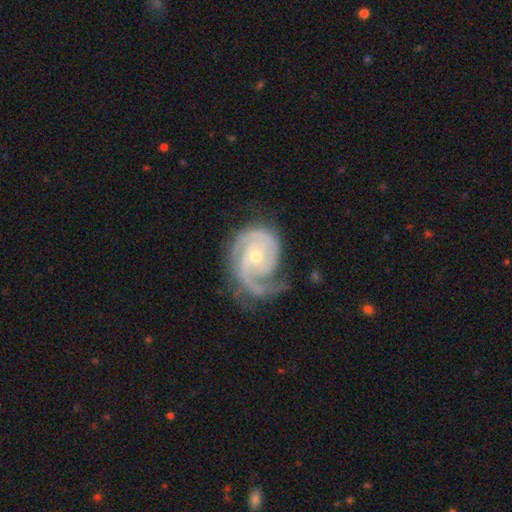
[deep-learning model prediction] A featured or disk galaxy (91%) with no bar (67%), 2 (45%) tight (59%) spiral arms (98%) and a small central bulge (62%).

Vote fractions:
- Smooth or featured? featured or disk: 91% / smooth: 5% / star or artifact: 4%
- Edge-on disk? no: 98% / yes: 2%
- Bar? no: 67% / weak: 27% / strong: 6%
- Spiral arms? yes: 98% / no: 2%
- Spiral winding? tight: 59% / medium: 34% / loose: 7%
- Spiral arm count? 2: 45% / 3: 25% / can't tell: 11% / 1: 11% / 4: 5% / more than 4: 4%
- Bulge size? small: 62% / moderate: 35% / large: 1% / none: 1% / dominant: 1%
- Merging? none: 53% / minor disturbance: 26% / major disturbance: 19% / merger: 2%